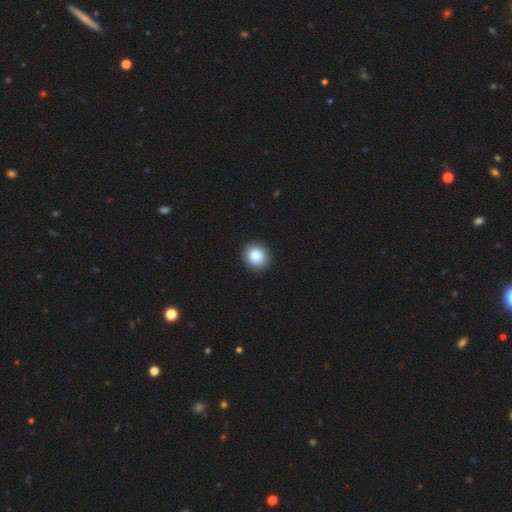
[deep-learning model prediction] The model was most divided on "how rounded": round: 85%, in between: 14%, cigar-shaped: 1%. More confident: merging — none (93%); smooth or featured — smooth (86%).